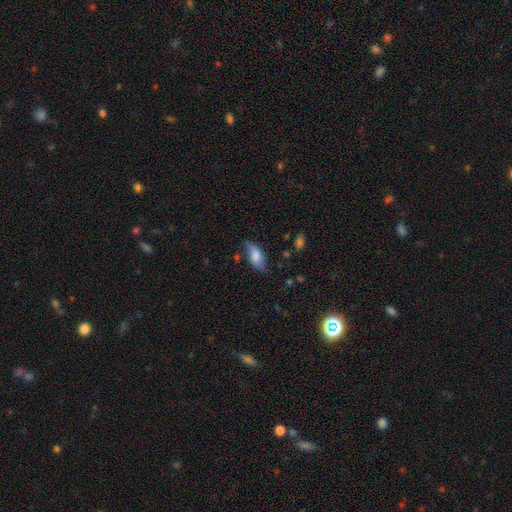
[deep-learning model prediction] Smooth or featured?
  - smooth: 69% *
  - featured or disk: 24%
  - star or artifact: 8%
How rounded?
  - in between: 88% *
  - cigar-shaped: 9%
  - round: 3%
Merging?
  - none: 58% *
  - minor disturbance: 31%
  - major disturbance: 9%
  - merger: 3%